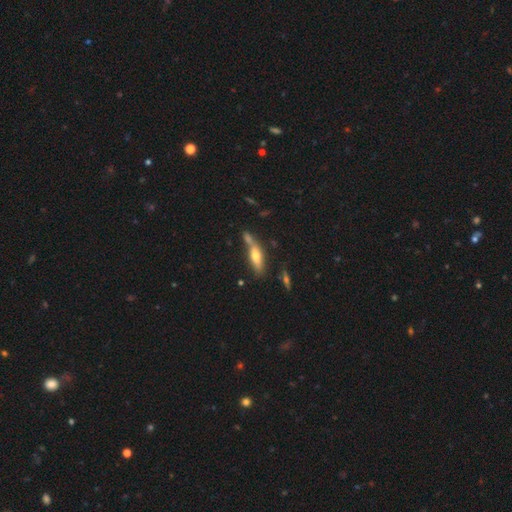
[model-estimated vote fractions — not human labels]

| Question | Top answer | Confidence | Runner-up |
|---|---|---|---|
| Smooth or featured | smooth | 56% | featured or disk (37%) |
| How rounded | cigar-shaped | 58% | in between (39%) |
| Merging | none | 49% | merger (27%) |